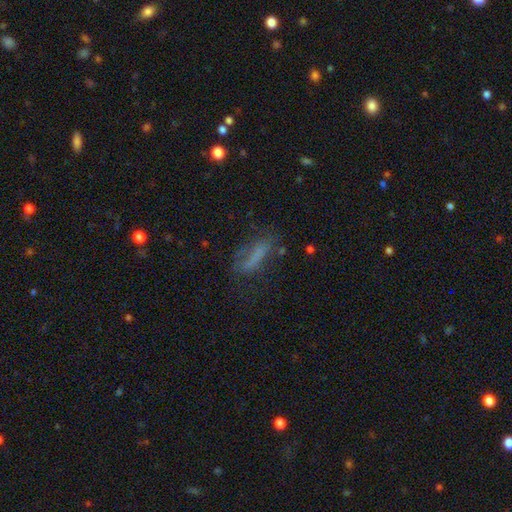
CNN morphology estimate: A smooth galaxy with no disk features (58%) that is cigar-shaped (65%). Merging: none (57%).